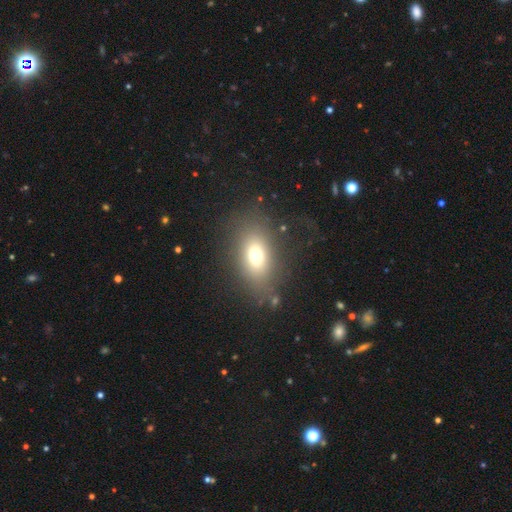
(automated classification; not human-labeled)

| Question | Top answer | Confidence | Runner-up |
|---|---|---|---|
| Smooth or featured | smooth | 69% | featured or disk (16%) |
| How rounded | in between | 73% | round (24%) |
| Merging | none | 77% | minor disturbance (12%) |